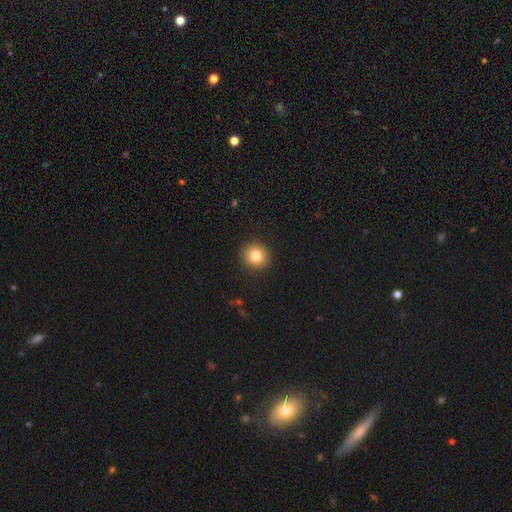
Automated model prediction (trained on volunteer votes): Smooth or featured? Predicted: smooth (p=0.82). How rounded? Predicted: round (p=0.92). Merging? Predicted: none (p=0.92).